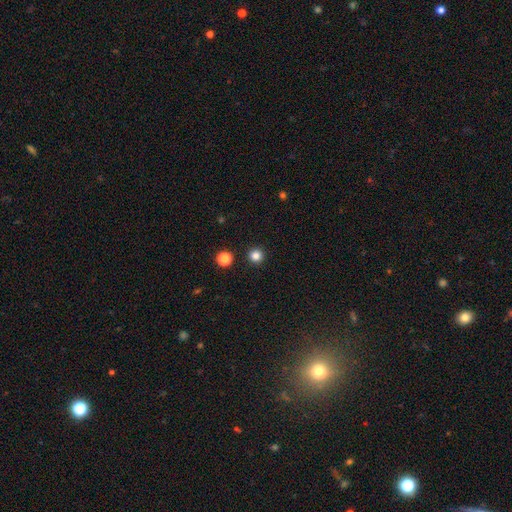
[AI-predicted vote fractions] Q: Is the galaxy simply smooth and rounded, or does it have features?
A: smooth — 84%.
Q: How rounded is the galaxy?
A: round — 96%.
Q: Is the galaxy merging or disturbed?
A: none — 93%.